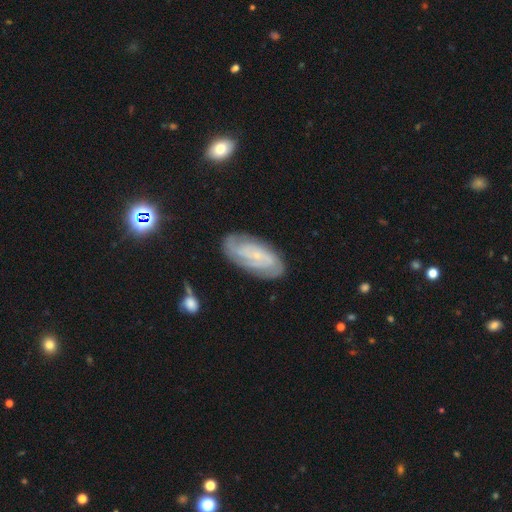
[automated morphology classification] This is likely a featured or disk galaxy (77%). It is clearly not viewed edge-on (94%). Bar: possibly no (56%). Spiral arm pattern: clearly yes (94%). Spiral arm count: marginally 2 (36%). Spiral winding: likely tight (61%). Central bulge: likely small (79%). Merging: likely none (79%).